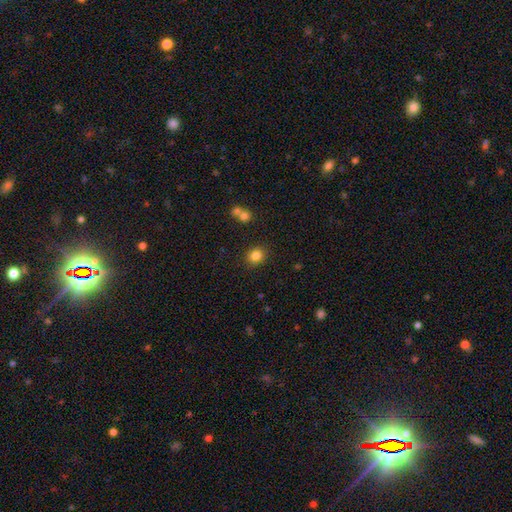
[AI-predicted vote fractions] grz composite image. It shows a smooth galaxy with no disk features (83%) that is round (78%). Merging: none (87%).